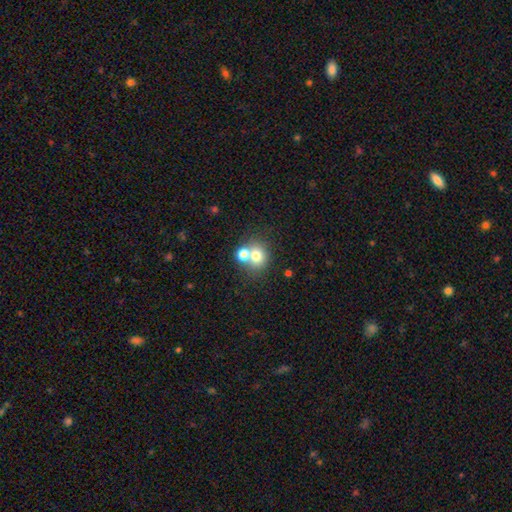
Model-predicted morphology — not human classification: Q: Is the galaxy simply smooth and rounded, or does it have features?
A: smooth — 73%.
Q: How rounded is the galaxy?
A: round — 77%.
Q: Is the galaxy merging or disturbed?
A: none — 46%.